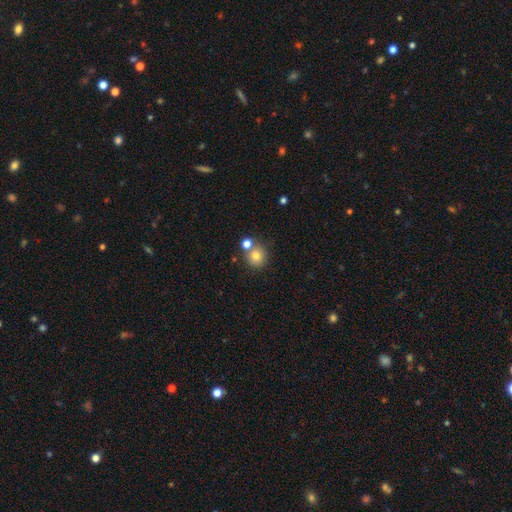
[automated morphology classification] Smooth or featured?
  - smooth: 80% *
  - star or artifact: 12%
  - featured or disk: 8%
How rounded?
  - round: 90% *
  - in between: 9%
  - cigar-shaped: 1%
Merging?
  - none: 65% *
  - merger: 24%
  - minor disturbance: 8%
  - major disturbance: 3%